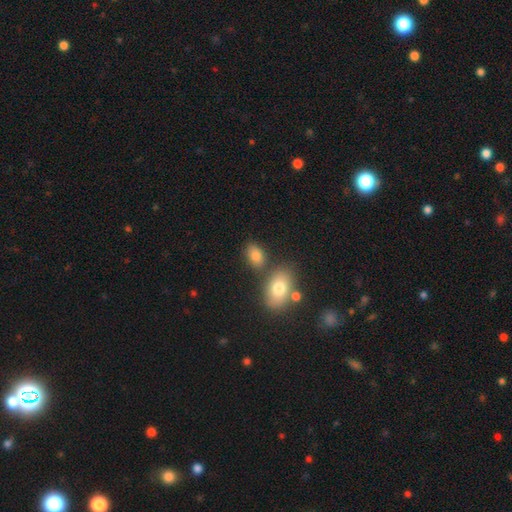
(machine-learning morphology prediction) smooth_or_featured: smooth (p=0.82) [alt: star or artifact p=0.10]
how_rounded: in between (p=0.85) [alt: round p=0.13]
merging: none (p=0.67) [alt: merger p=0.15]